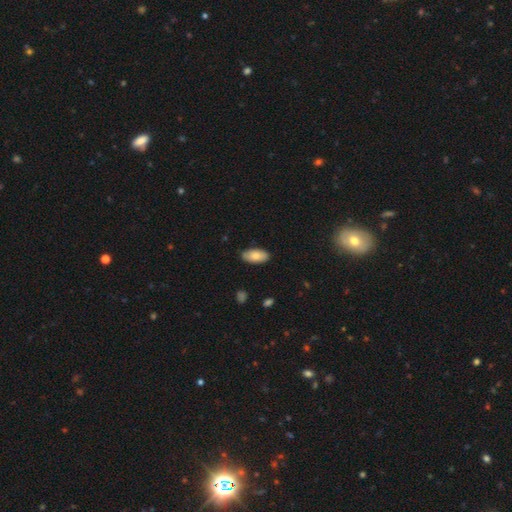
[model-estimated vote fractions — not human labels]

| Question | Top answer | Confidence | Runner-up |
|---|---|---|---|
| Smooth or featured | smooth | 80% | featured or disk (14%) |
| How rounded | in between | 93% | cigar-shaped (5%) |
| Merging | none | 85% | minor disturbance (12%) |